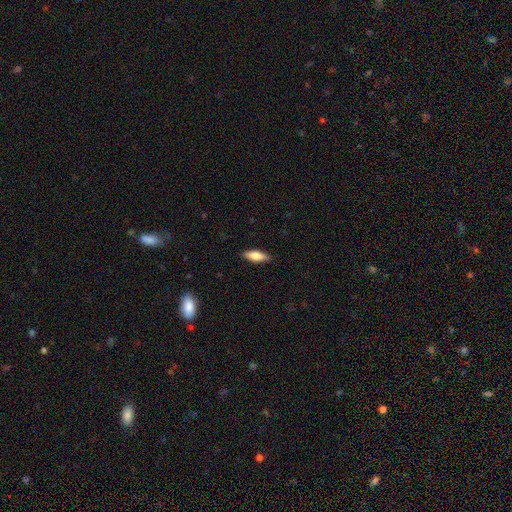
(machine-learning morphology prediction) smooth_or_featured: smooth (p=0.75) [alt: featured or disk p=0.19]
how_rounded: in between (p=0.59) [alt: cigar-shaped p=0.39]
merging: none (p=0.87) [alt: minor disturbance p=0.10]